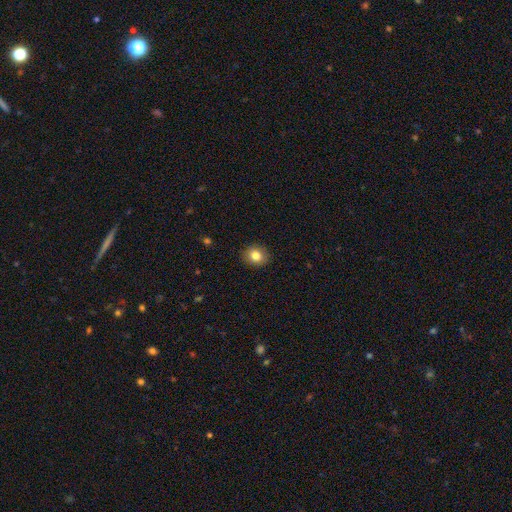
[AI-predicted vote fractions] Smooth or featured? smooth (82%)
How rounded? round (76%)
Merging? none (91%)